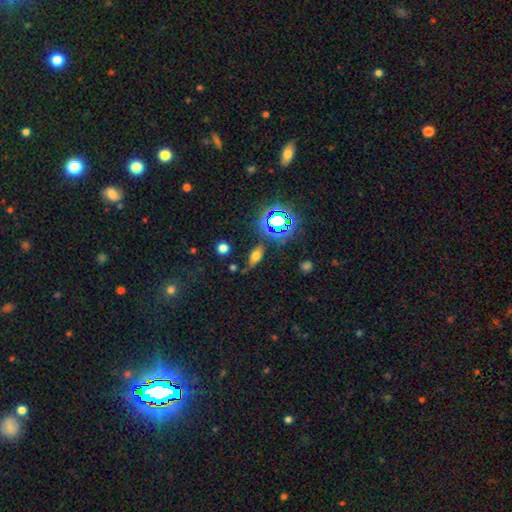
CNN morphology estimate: This is possibly a smooth galaxy (57%). How rounded: likely in between (75%). Merging: likely none (75%).